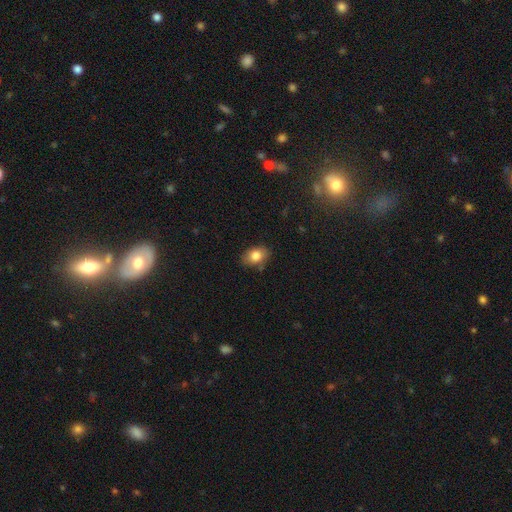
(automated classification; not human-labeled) Q: Smooth or featured?
A: smooth (81%); runner-up: featured or disk (10%)
Q: How rounded?
A: in between (76%); runner-up: round (22%)
Q: Merging?
A: none (82%); runner-up: minor disturbance (14%)